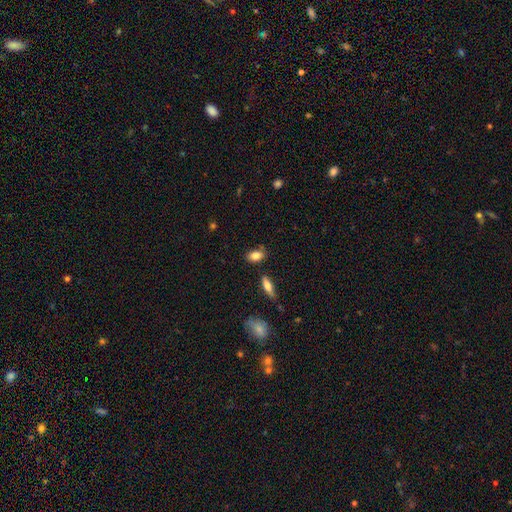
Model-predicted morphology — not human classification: A smooth galaxy with no disk features (82%) that is in between round and cigar-shaped (84%).

Vote fractions:
- Smooth or featured? smooth: 82% / featured or disk: 9% / star or artifact: 8%
- How rounded? in between: 84% / round: 11% / cigar-shaped: 4%
- Merging? none: 75% / minor disturbance: 16% / merger: 6% / major disturbance: 3%